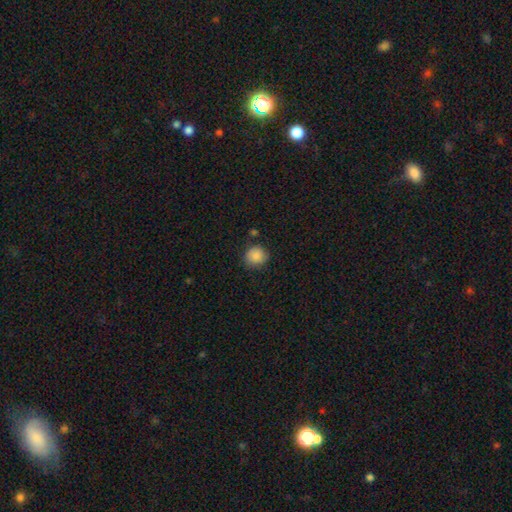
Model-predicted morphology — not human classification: smooth_or_featured: smooth (p=0.87) [alt: star or artifact p=0.09]
how_rounded: round (p=0.87) [alt: in between p=0.12]
merging: none (p=0.78) [alt: minor disturbance p=0.15]